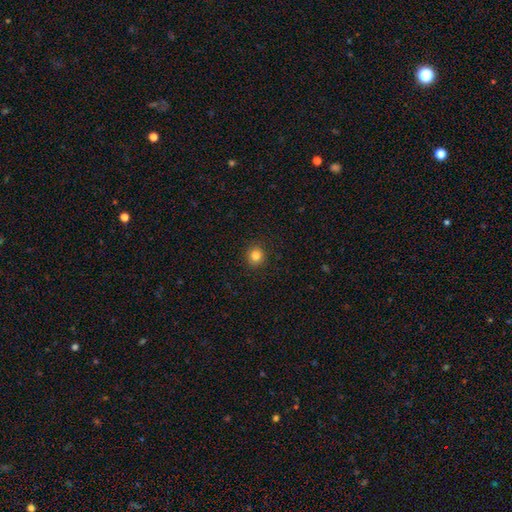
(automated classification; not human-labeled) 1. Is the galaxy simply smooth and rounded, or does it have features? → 83% smooth, 11% star or artifact, 5% featured or disk.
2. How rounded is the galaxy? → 90% round, 9% in between, 1% cigar-shaped.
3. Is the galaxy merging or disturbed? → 92% none, 6% minor disturbance, 2% major disturbance, 1% merger.